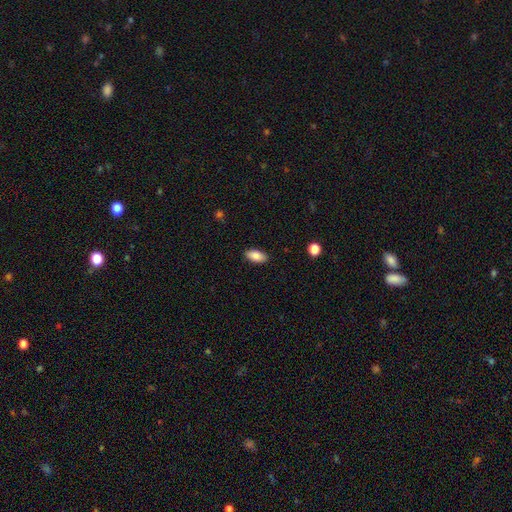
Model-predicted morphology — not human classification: This is clearly a smooth galaxy (87%). How rounded: clearly in between (90%). Merging: clearly none (88%).